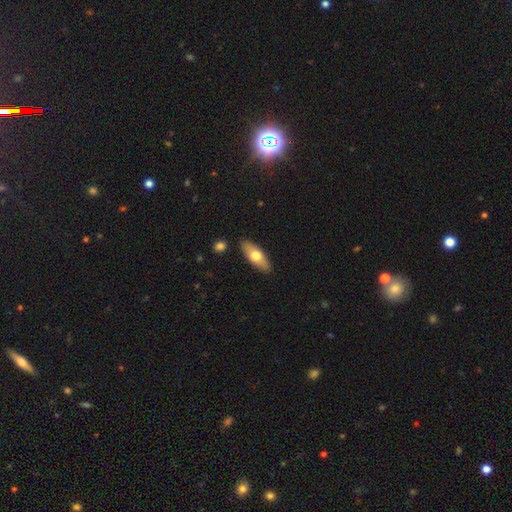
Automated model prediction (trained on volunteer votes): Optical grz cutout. It shows a smooth galaxy with no disk features (63%) that is in between round and cigar-shaped (72%). Merging: none (87%).